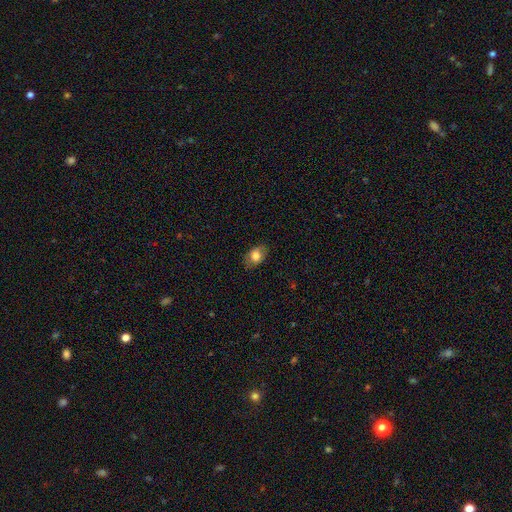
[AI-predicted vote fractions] A smooth galaxy with no disk features (77%) that is in between round and cigar-shaped (79%).

Vote fractions:
- Smooth or featured? smooth: 77% / featured or disk: 15% / star or artifact: 8%
- How rounded? in between: 79% / round: 20% / cigar-shaped: 1%
- Merging? none: 78% / minor disturbance: 16% / major disturbance: 4% / merger: 1%